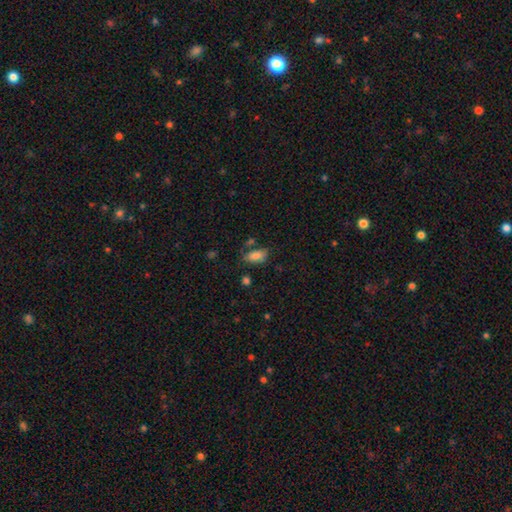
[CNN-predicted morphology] The model was most divided on "merging": none: 59%, minor disturbance: 23%, merger: 10%, major disturbance: 9%. More confident: how rounded — in between (90%); smooth or featured — smooth (82%).